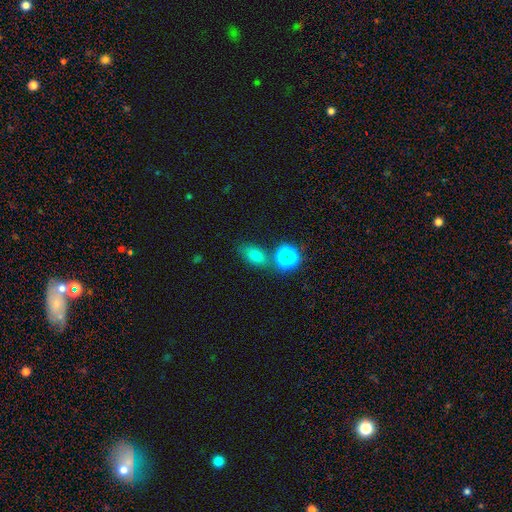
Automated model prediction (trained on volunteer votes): Smooth or featured? Predicted: smooth (p=0.77). How rounded? Predicted: in between (p=0.74). Merging? Predicted: none (p=0.62).